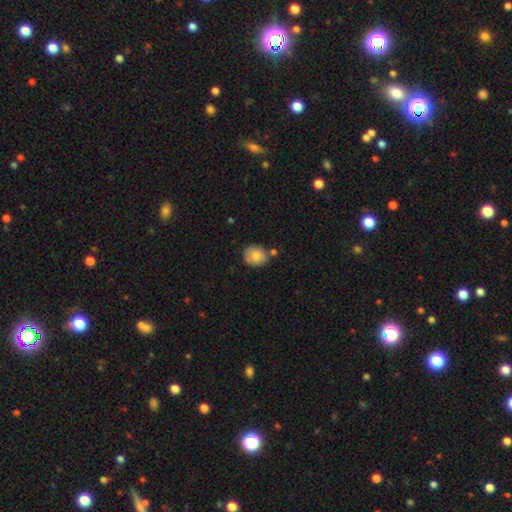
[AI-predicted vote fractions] Smooth or featured? smooth (79%)
How rounded? round (76%)
Merging? none (69%)